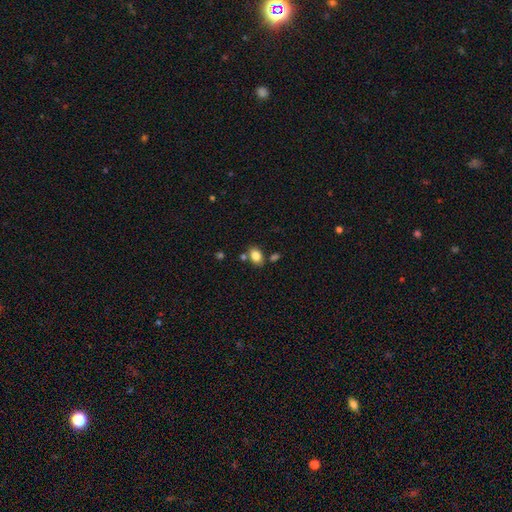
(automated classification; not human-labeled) This appears to be a smooth galaxy with no disk features (82%) that is in between round and cigar-shaped (83%). Merging: none (73%).